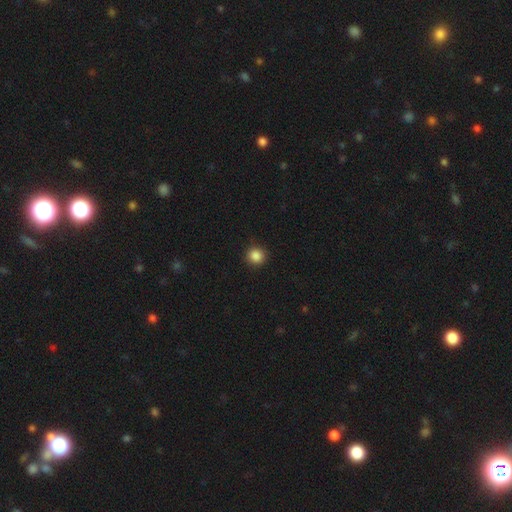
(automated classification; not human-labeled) Smooth or featured? smooth (87%)
How rounded? round (90%)
Merging? none (91%)